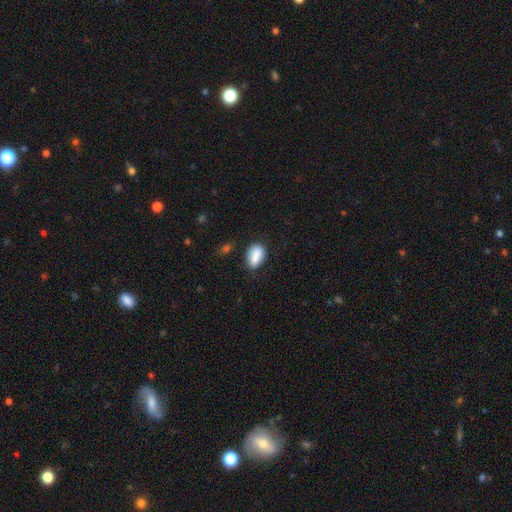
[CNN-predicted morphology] A smooth galaxy with no disk features (84%) that is in between round and cigar-shaped (86%).

Vote fractions:
- Smooth or featured? smooth: 84% / featured or disk: 9% / star or artifact: 7%
- How rounded? in between: 86% / round: 11% / cigar-shaped: 3%
- Merging? none: 67% / minor disturbance: 22% / merger: 6% / major disturbance: 5%